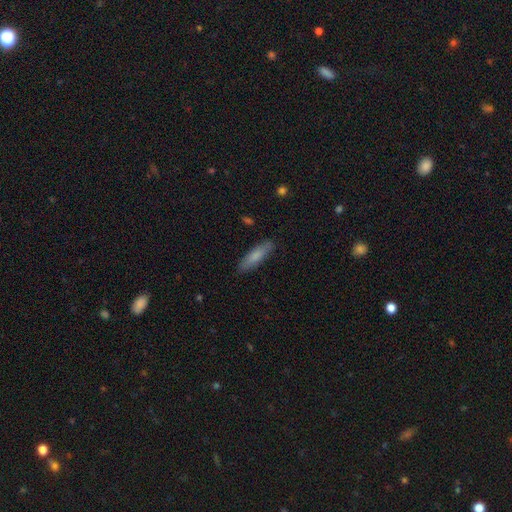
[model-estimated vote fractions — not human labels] smooth 78%, featured or disk 16%, star or artifact 6%. Down the decision tree: how rounded — cigar-shaped (66%); merging — none (86%).